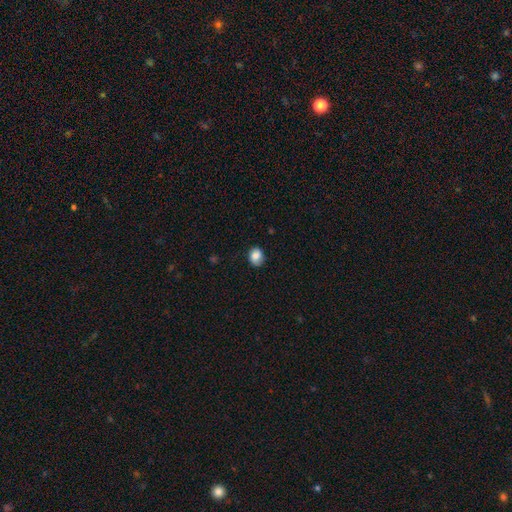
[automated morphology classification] Overall: smooth (83%). How rounded: round (60%; in between 39%). Merging: none (77%).